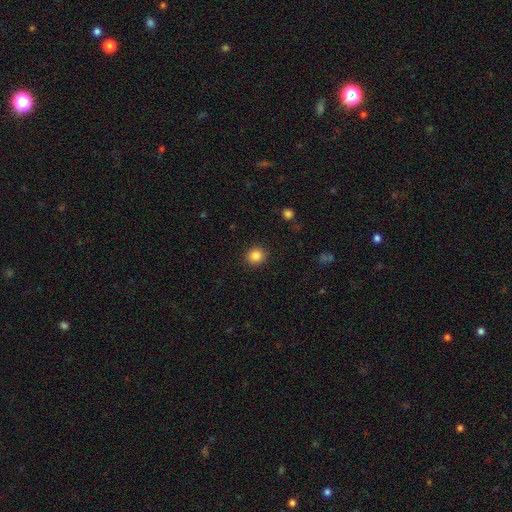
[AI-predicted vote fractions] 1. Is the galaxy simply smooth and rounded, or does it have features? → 85% smooth, 11% star or artifact, 4% featured or disk.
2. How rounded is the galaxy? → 86% round, 13% in between, 1% cigar-shaped.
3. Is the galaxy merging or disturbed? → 91% none, 6% minor disturbance, 2% major disturbance, 1% merger.